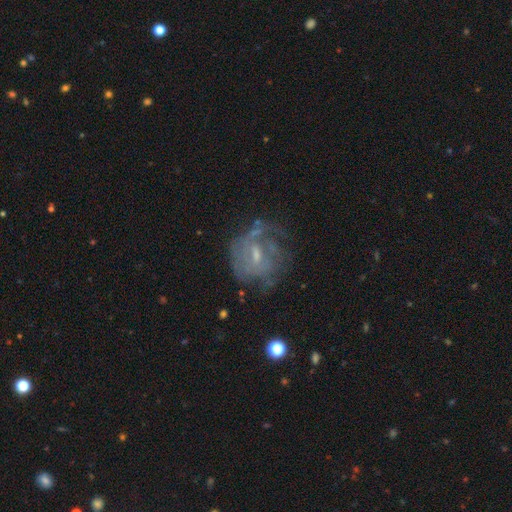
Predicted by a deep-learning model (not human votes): featured or disk 69%, smooth 21%, star or artifact 11%. Down the decision tree: edge-on disk — no (97%); bar — weak (52%); spiral arms — yes (63%); bulge size — small (51%); merging — none (52%).